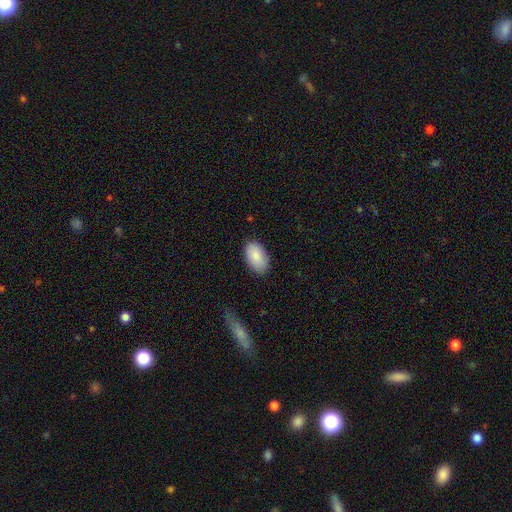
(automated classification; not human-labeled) Overall: smooth (88%). How rounded: in between (94%). Merging: none (83%).